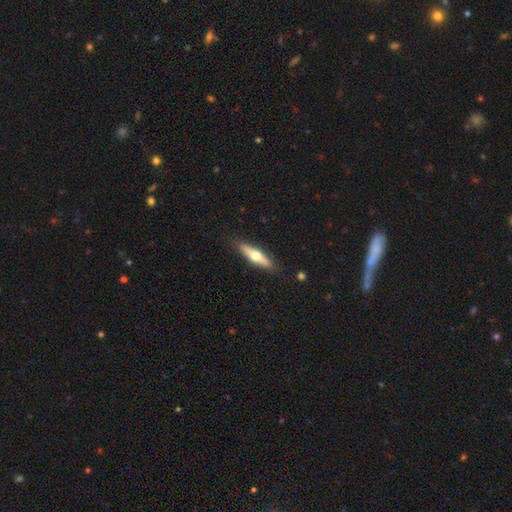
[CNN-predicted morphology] A featured or disk galaxy (50%) viewed edge-on (89%). Merging: none (87%).